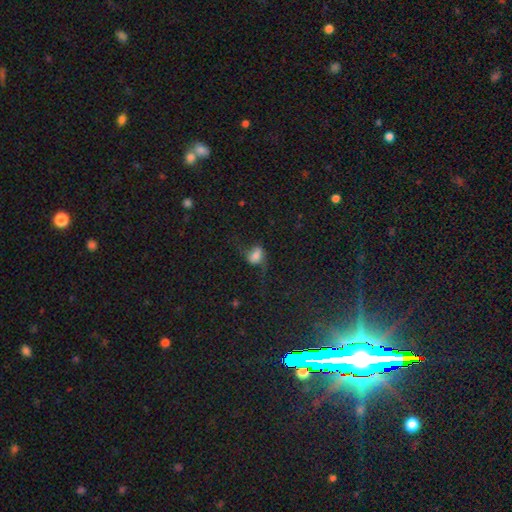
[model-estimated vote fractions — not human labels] Smooth or featured? Predicted: smooth (p=0.57). How rounded? Predicted: in between (p=0.75). Merging? Predicted: none (p=0.41).